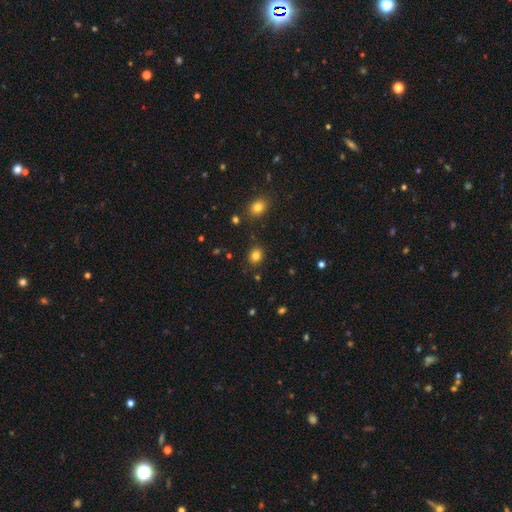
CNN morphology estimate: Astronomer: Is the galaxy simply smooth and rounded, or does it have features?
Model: smooth — 82%.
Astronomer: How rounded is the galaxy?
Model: round — 68%.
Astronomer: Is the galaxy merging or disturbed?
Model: none — 87%.